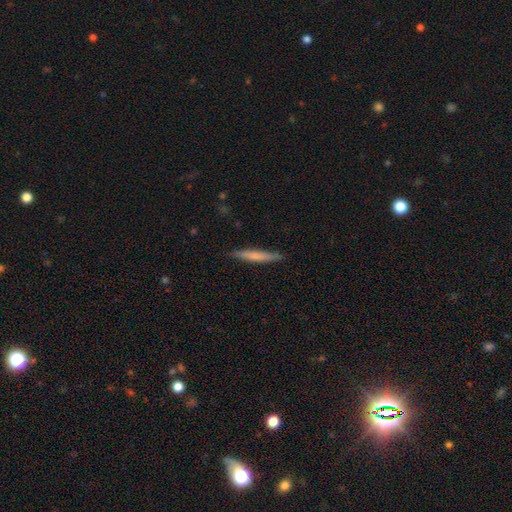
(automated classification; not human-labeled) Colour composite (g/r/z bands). It shows a smooth galaxy with no disk features (58%) that is cigar-shaped (95%). Merging: none (89%).